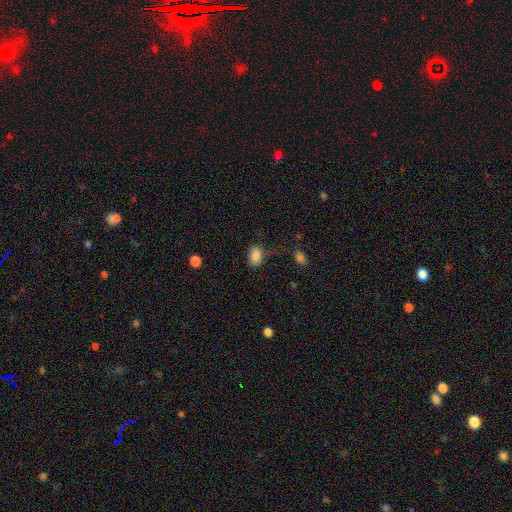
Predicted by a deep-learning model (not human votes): smooth 85%, star or artifact 9%, featured or disk 6%. Down the decision tree: how rounded — in between (77%); merging — none (69%).